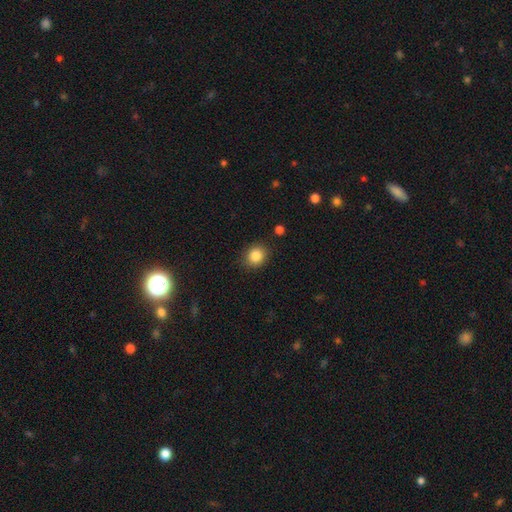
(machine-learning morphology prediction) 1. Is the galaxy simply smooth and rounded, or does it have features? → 86% smooth, 9% star or artifact, 4% featured or disk.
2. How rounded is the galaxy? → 75% round, 24% in between, 1% cigar-shaped.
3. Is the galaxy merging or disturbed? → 86% none, 9% minor disturbance, 3% major disturbance, 2% merger.